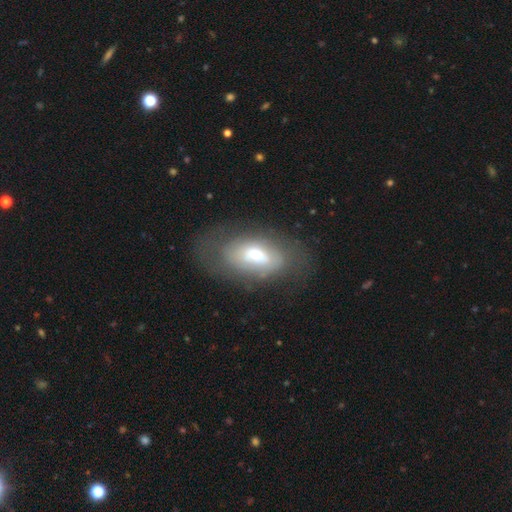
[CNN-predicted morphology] smooth_or_featured: smooth (p=0.47) [alt: featured or disk p=0.45]
merging: none (p=0.60) [alt: minor disturbance p=0.22]